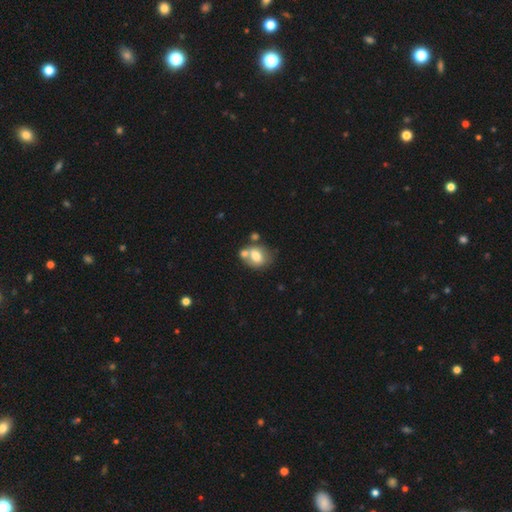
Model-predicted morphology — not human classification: type=smooth (69%); roundness=in between (55%); merging=none (42%).